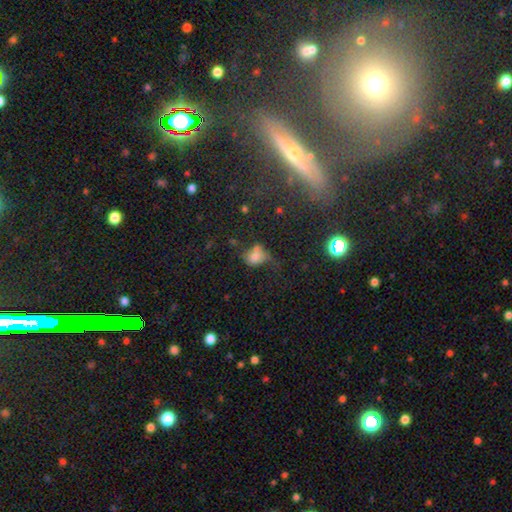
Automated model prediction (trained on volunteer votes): A smooth galaxy with no disk features (64%) that is in between round and cigar-shaped (65%).

Vote fractions:
- Smooth or featured? smooth: 64% / featured or disk: 19% / star or artifact: 17%
- How rounded? in between: 65% / round: 33% / cigar-shaped: 2%
- Merging? none: 29% / major disturbance: 27% / minor disturbance: 26% / merger: 18%